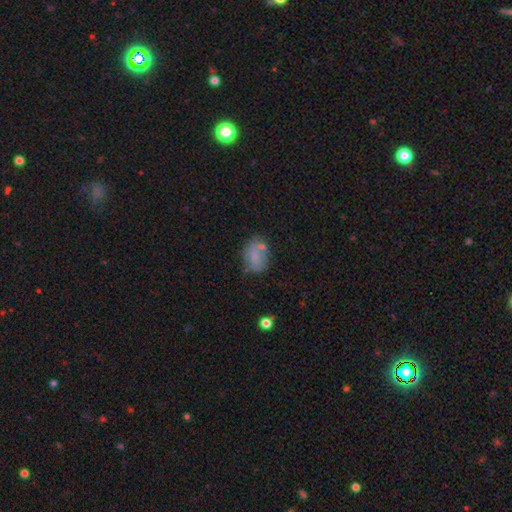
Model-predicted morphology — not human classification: type=smooth (66%); roundness=in between (77%); merging=none (51%).